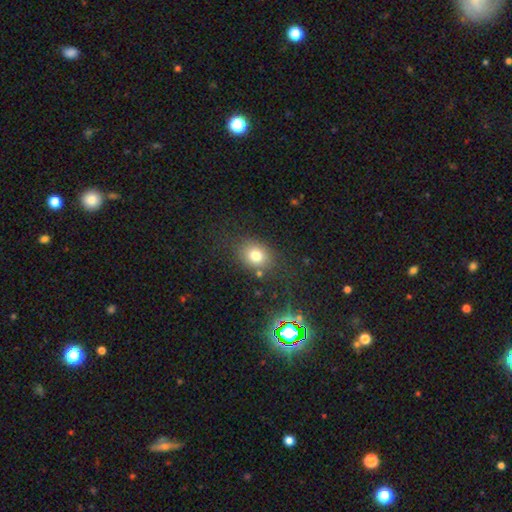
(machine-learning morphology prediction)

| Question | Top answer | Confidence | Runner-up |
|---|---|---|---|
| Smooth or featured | smooth | 76% | star or artifact (15%) |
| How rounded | round | 52% | in between (47%) |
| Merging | none | 78% | minor disturbance (13%) |